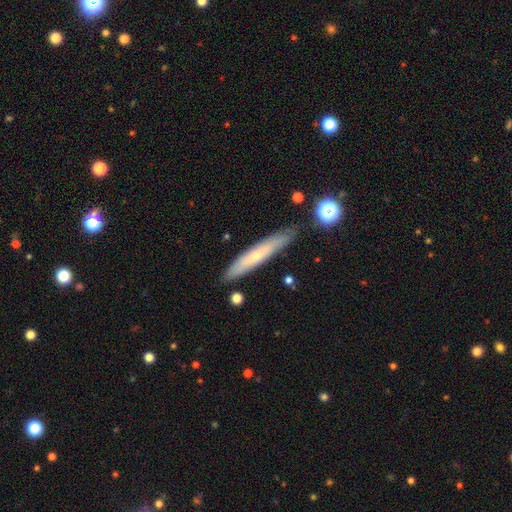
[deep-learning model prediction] This appears to be a smooth galaxy with no disk features (49%). Merging: none (83%).